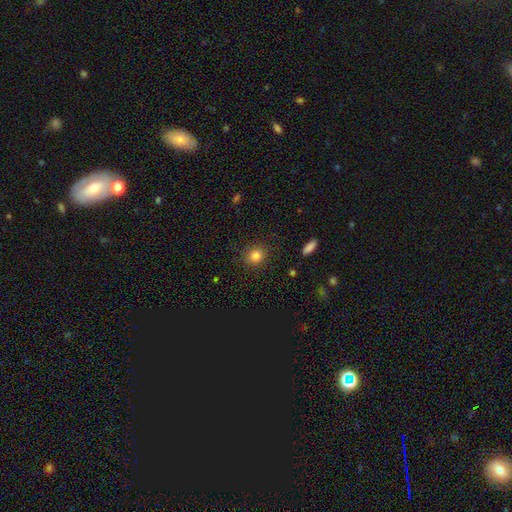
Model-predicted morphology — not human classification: smooth-or-featured: smooth: 83% | star or artifact: 12% | featured or disk: 6%
  how-rounded: round: 78% | in between: 21% | cigar-shaped: 1%
  merging: none: 87% | minor disturbance: 9% | major disturbance: 3% | merger: 1%